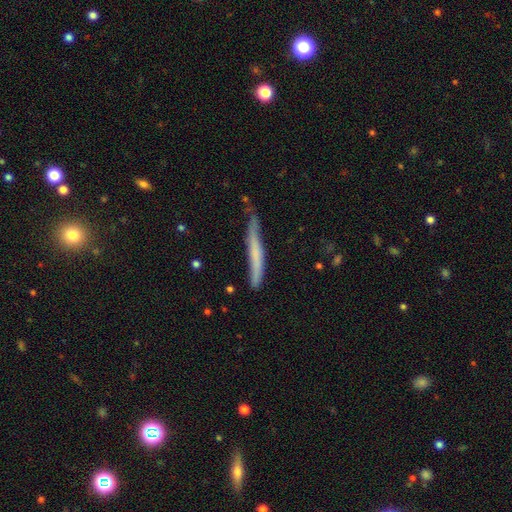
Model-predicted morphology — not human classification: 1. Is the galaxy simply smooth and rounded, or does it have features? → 54% smooth, 39% featured or disk, 7% star or artifact.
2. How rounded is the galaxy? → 96% cigar-shaped, 3% in between, 1% round.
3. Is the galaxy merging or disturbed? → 56% none, 33% minor disturbance, 8% major disturbance, 3% merger.